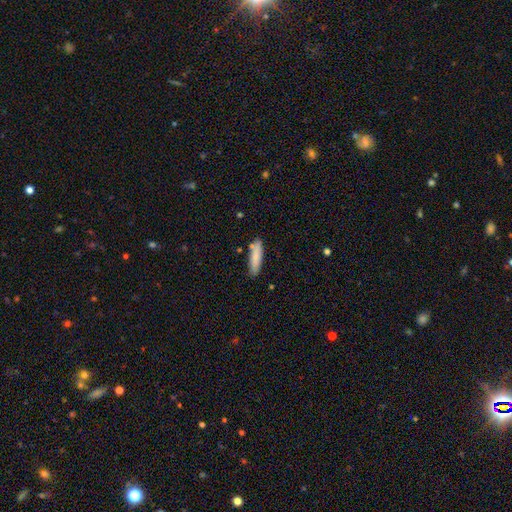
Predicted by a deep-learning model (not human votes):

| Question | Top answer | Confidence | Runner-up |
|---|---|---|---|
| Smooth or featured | smooth | 83% | featured or disk (11%) |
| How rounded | cigar-shaped | 76% | in between (23%) |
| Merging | none | 80% | minor disturbance (13%) |